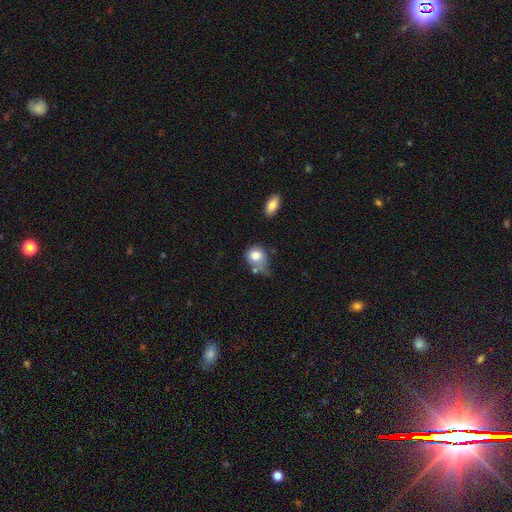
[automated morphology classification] smooth-or-featured: smooth: 79% | featured or disk: 13% | star or artifact: 9%
  how-rounded: round: 68% | in between: 31% | cigar-shaped: 1%
  merging: none: 38% | minor disturbance: 29% | merger: 19% | major disturbance: 14%